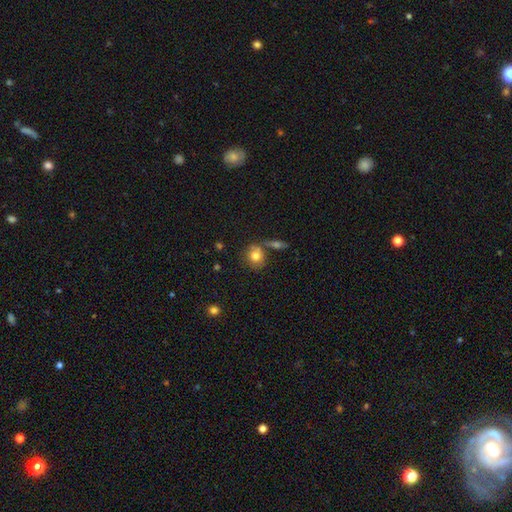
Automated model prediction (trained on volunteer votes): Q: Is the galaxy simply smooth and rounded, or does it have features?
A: smooth — 79%.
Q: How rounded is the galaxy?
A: round — 72%.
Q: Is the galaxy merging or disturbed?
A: none — 63%.